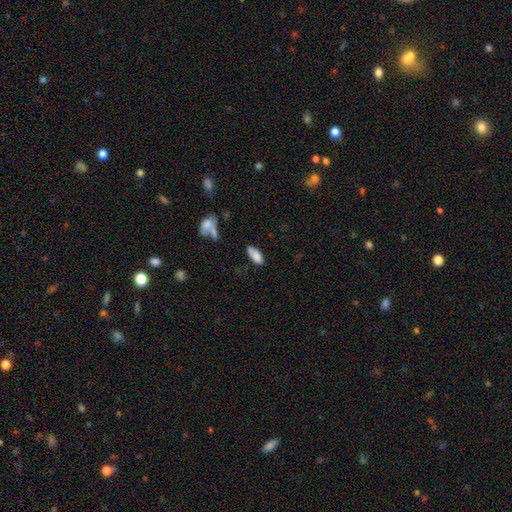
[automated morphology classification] Smooth or featured? Predicted: smooth (p=0.84). How rounded? Predicted: in between (p=0.84). Merging? Predicted: none (p=0.61).